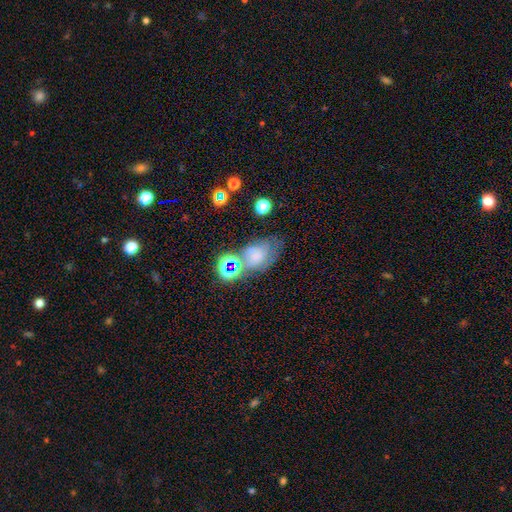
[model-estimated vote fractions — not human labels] Overall: smooth (51%; featured or disk 25%). How rounded: in between (74%). Merging: none (39%; minor disturbance 23%).